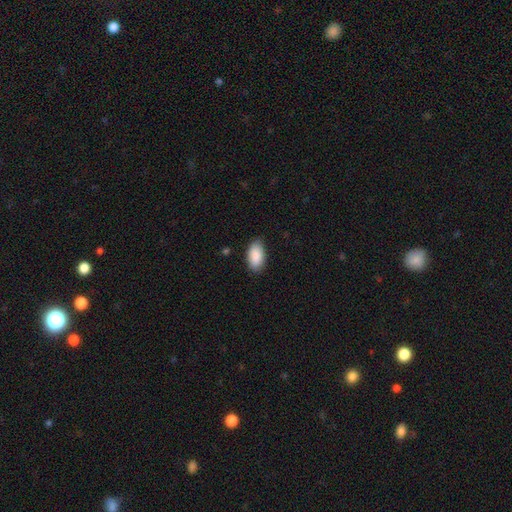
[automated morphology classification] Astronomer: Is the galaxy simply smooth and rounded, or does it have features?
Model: smooth — 90%.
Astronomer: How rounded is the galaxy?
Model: in between — 95%.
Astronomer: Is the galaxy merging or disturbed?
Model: none — 82%.